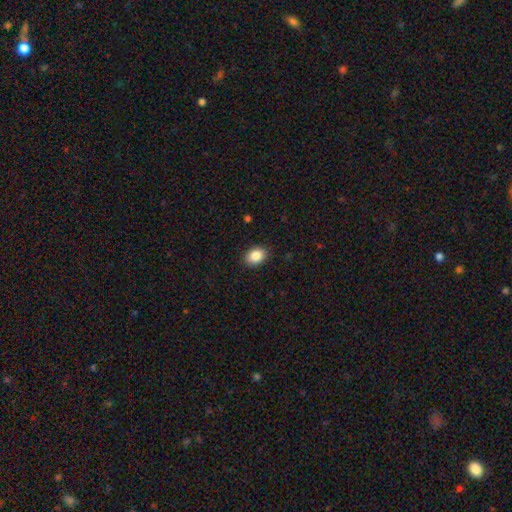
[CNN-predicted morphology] This is clearly a smooth galaxy (87%). How rounded: likely in between (67%). Merging: clearly none (89%).